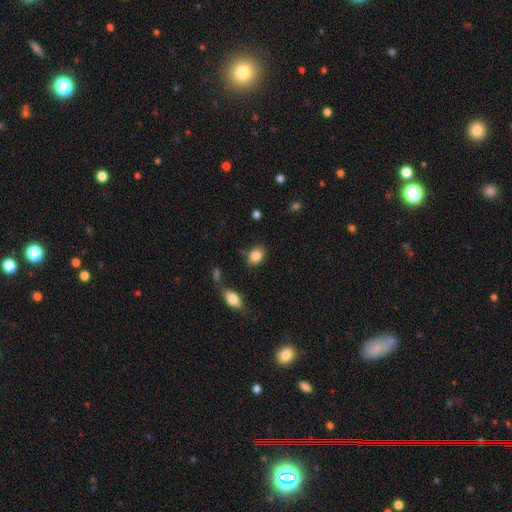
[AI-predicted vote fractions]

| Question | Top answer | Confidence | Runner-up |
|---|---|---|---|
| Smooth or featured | smooth | 85% | star or artifact (8%) |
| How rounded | in between | 69% | round (30%) |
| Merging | none | 79% | minor disturbance (14%) |